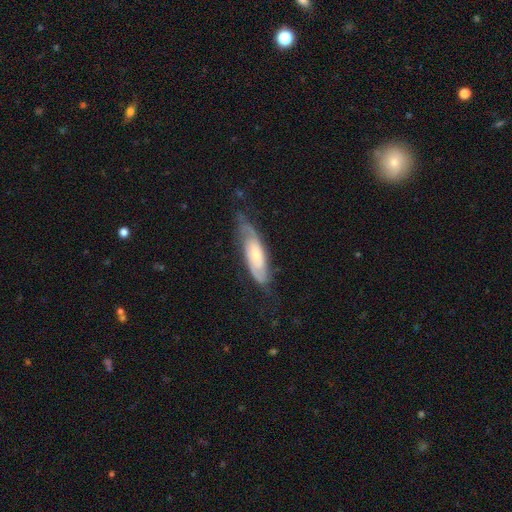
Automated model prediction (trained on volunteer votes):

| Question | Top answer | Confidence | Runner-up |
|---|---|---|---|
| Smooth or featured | featured or disk | 69% | smooth (25%) |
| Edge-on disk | no | 80% | yes (20%) |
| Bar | no | 64% | weak (29%) |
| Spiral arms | yes | 91% | no (9%) |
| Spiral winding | tight | 46% | medium (38%) |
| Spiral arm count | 2 | 61% | can't tell (27%) |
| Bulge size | moderate | 45% | small (44%) |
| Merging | none | 58% | minor disturbance (28%) |